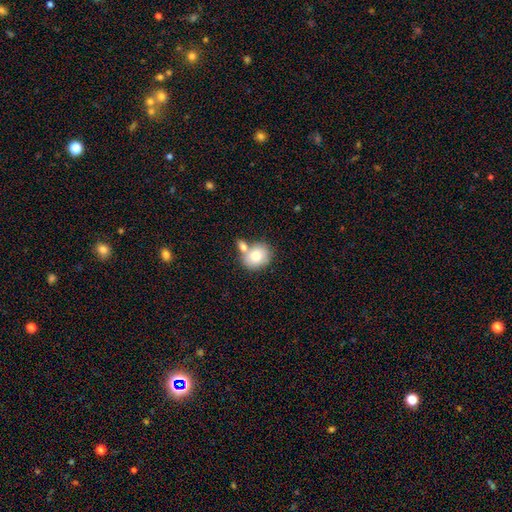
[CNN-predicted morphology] Smooth or featured?
  - smooth: 76% *
  - featured or disk: 16%
  - star or artifact: 8%
How rounded?
  - round: 62% *
  - in between: 37%
  - cigar-shaped: 1%
Merging?
  - none: 49% *
  - merger: 36%
  - minor disturbance: 11%
  - major disturbance: 3%